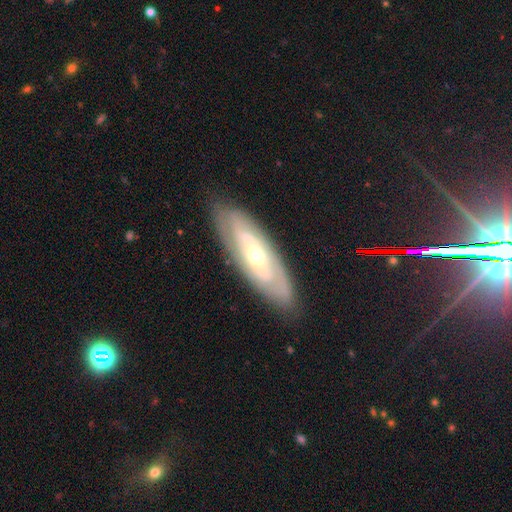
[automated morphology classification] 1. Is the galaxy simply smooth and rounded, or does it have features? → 76% featured or disk, 18% smooth, 6% star or artifact.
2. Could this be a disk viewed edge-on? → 82% no, 18% yes.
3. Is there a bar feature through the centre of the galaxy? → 66% no, 24% weak, 10% strong.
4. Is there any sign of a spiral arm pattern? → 71% yes, 29% no.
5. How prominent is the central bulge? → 50% moderate, 46% small, 2% large, 1% none, 1% dominant.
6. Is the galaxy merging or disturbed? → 85% none, 11% minor disturbance, 3% major disturbance, 1% merger.